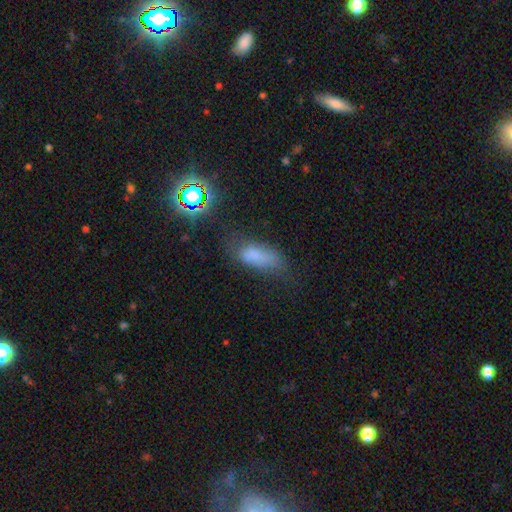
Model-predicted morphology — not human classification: smooth_or_featured: smooth (p=0.70) [alt: star or artifact p=0.16]
how_rounded: in between (p=0.76) [alt: cigar-shaped p=0.19]
merging: none (p=0.45) [alt: minor disturbance p=0.31]